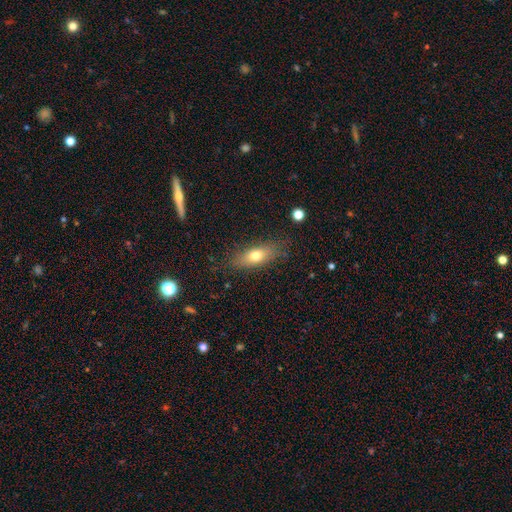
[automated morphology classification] Overall: smooth (68%). How rounded: in between (62%; cigar-shaped 32%). Merging: none (81%).